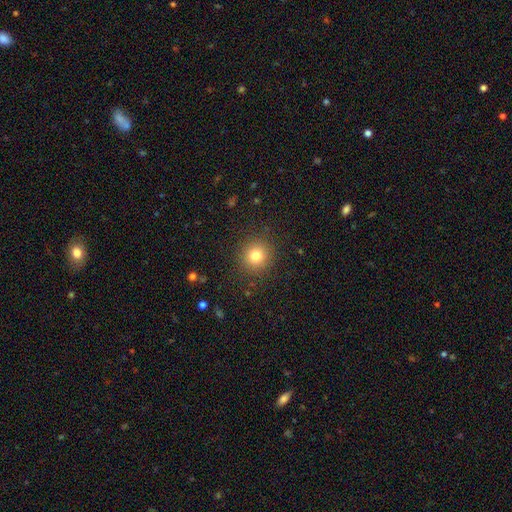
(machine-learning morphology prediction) Smooth or featured? Predicted: smooth (p=0.79). How rounded? Predicted: round (p=0.92). Merging? Predicted: none (p=0.90).